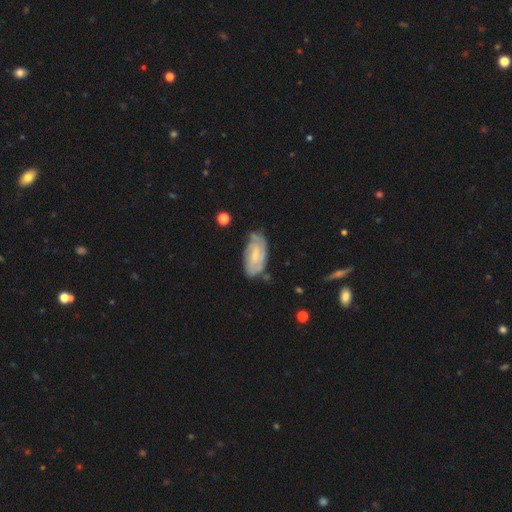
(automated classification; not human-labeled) The model was most divided on "bar": weak: 47%, no: 42%, strong: 11%. Remaining: edge-on disk — no (95%); spiral arms — yes (90%); smooth or featured — featured or disk (72%); merging — none (61%); bulge size — small (60%); spiral winding — tight (58%); spiral arm count — 2 (42%).